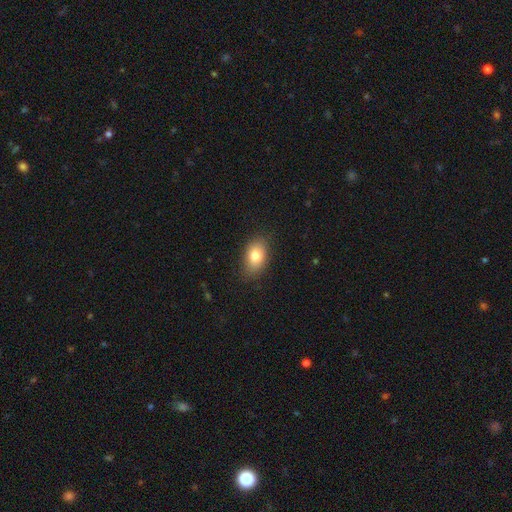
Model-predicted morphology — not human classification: This appears to be a smooth galaxy with no disk features (80%) that is in between round and cigar-shaped (86%). Merging: none (84%).